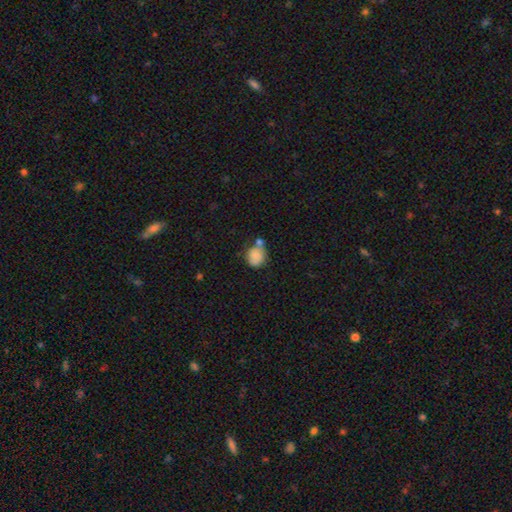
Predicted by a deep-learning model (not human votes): smooth-or-featured: smooth: 81% | featured or disk: 11% | star or artifact: 8%
  how-rounded: round: 73% | in between: 26% | cigar-shaped: 1%
  merging: none: 46% | merger: 28% | minor disturbance: 19% | major disturbance: 6%